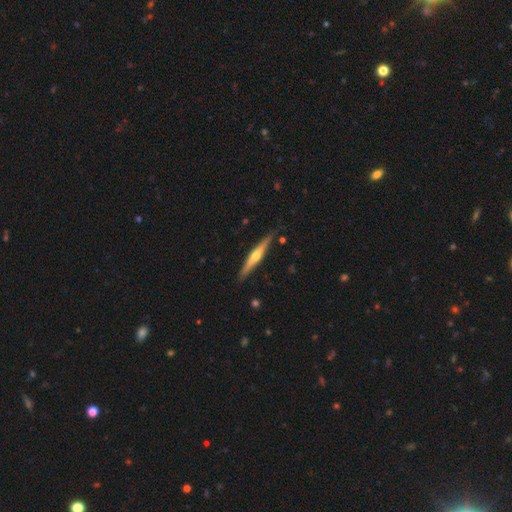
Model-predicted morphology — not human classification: The model was most divided on "smooth or featured": featured or disk: 70%, smooth: 25%, star or artifact: 5%. More confident: edge-on disk — yes (97%); edge-on bulge — rounded (90%); merging — none (88%).